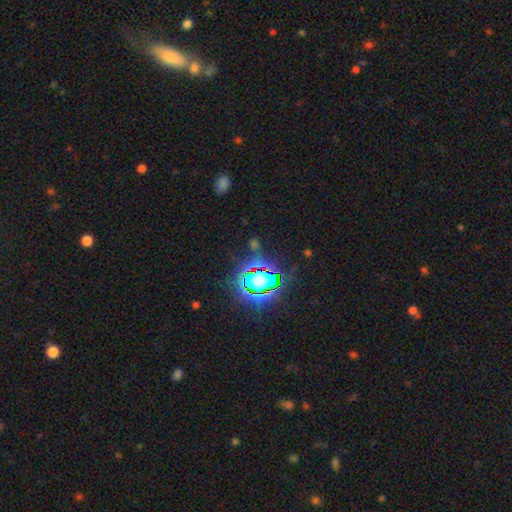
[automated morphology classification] This is likely a star or artifact rather than a galaxy (76%).